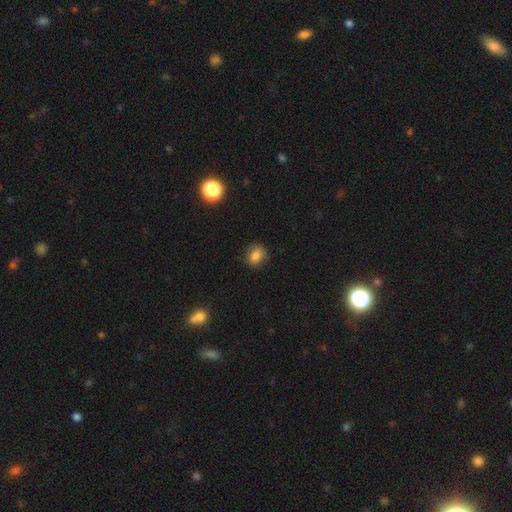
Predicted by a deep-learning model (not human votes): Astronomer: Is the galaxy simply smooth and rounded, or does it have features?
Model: smooth — 82%.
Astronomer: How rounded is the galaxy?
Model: round — 65%.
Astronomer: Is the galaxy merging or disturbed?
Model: none — 82%.